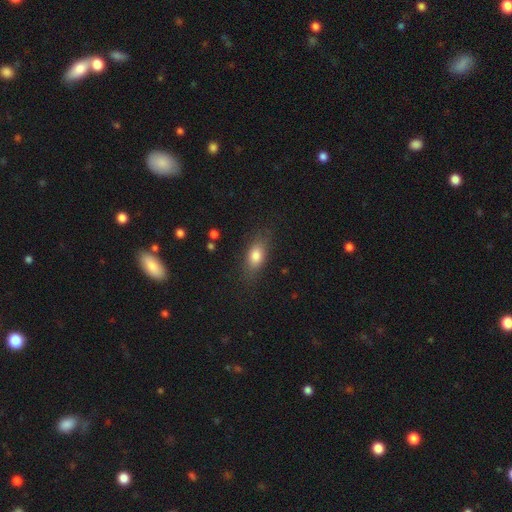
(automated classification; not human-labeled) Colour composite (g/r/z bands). It shows a smooth galaxy with no disk features (79%) that is in between round and cigar-shaped (80%). Merging: none (77%).